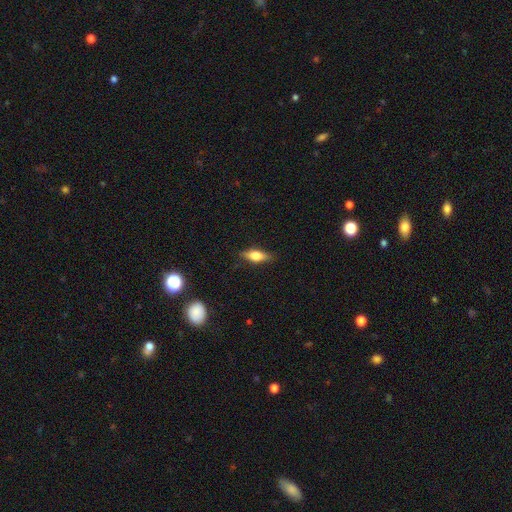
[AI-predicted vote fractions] smooth-or-featured: smooth: 54% | featured or disk: 37% | star or artifact: 8%
  how-rounded: in between: 65% | cigar-shaped: 30% | round: 5%
  merging: none: 83% | minor disturbance: 13% | major disturbance: 3% | merger: 1%